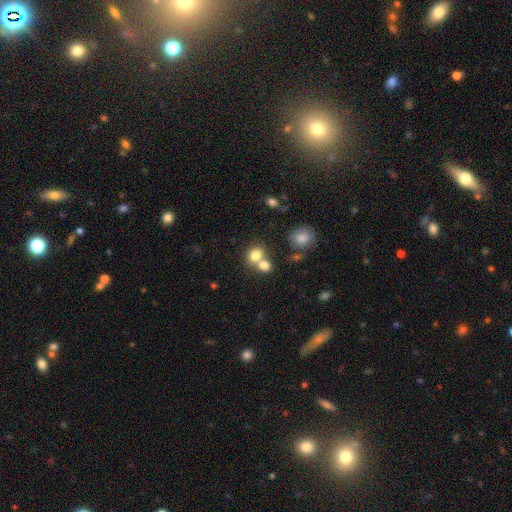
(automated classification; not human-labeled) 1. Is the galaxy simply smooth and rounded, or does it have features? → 78% smooth, 11% star or artifact, 11% featured or disk.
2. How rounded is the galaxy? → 68% round, 32% in between, 1% cigar-shaped.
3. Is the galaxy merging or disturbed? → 52% merger, 38% none, 7% minor disturbance, 3% major disturbance.